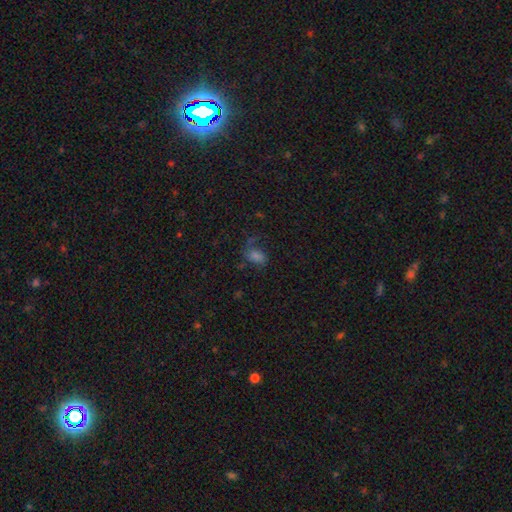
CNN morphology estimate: smooth_or_featured: smooth (p=0.58) [alt: star or artifact p=0.21]
how_rounded: in between (p=0.82) [alt: round p=0.16]
merging: none (p=0.46) [alt: major disturbance p=0.27]